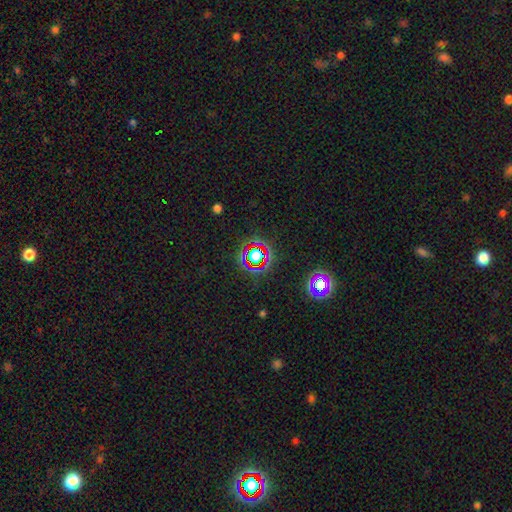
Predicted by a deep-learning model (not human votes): A star or artifact, not a galaxy (62%).